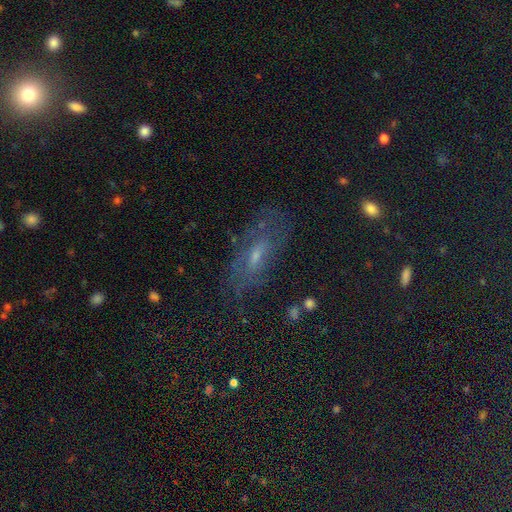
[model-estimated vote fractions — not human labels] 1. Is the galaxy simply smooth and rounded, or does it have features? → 41% star or artifact, 31% featured or disk, 28% smooth.